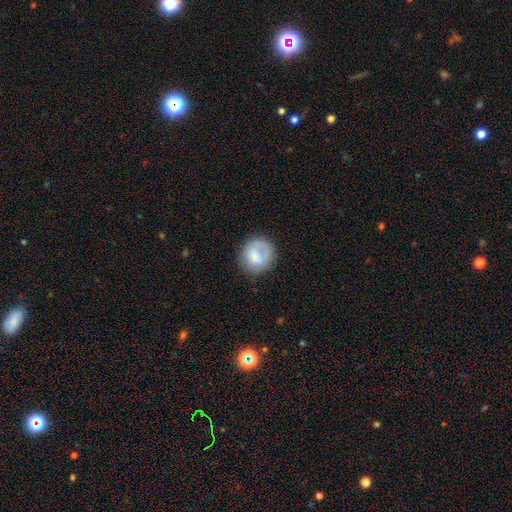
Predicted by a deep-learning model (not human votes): A smooth galaxy with no disk features (72%) that is round (83%). Merging: none (67%).